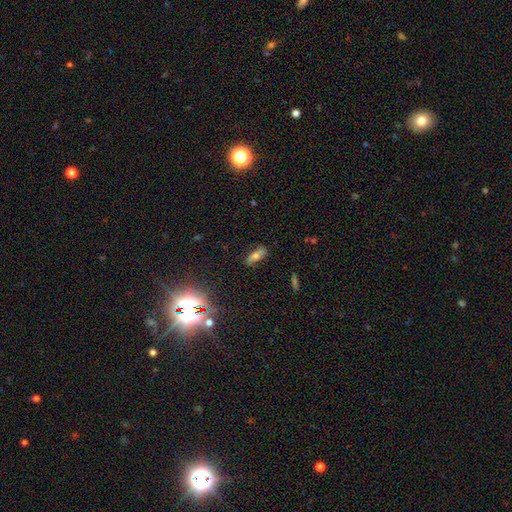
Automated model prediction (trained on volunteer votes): Overall: smooth (55%; featured or disk 29%). How rounded: in between (58%; cigar-shaped 37%). Merging: none (80%).